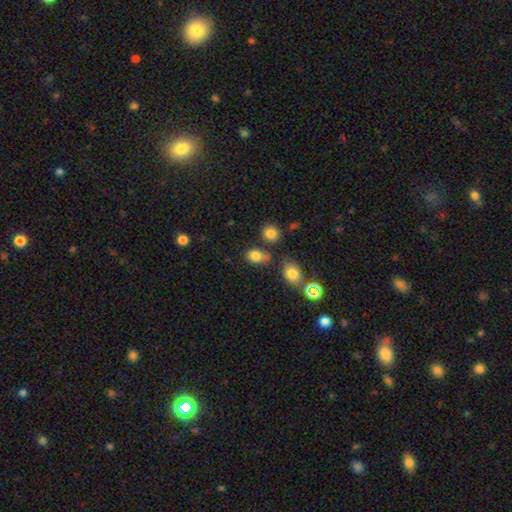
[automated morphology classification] Smooth or featured? smooth (81%)
How rounded? in between (59%)
Merging? none (64%)